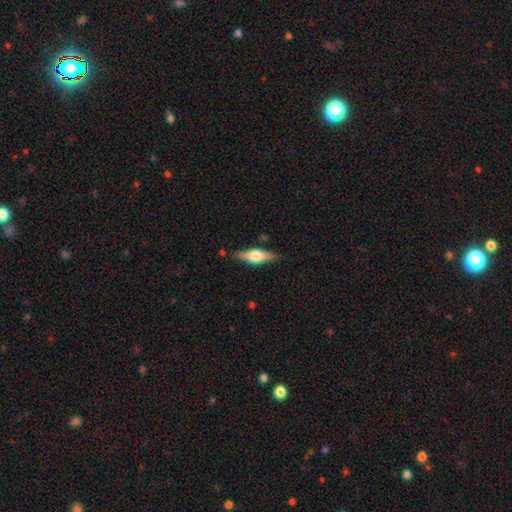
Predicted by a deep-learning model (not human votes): This appears to be a featured or disk galaxy (51%) viewed edge-on (93%). Merging: none (83%).